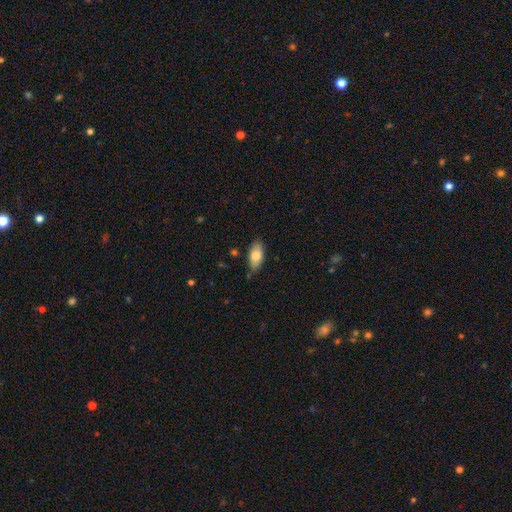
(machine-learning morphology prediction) This appears to be a smooth galaxy with no disk features (79%) that is in between round and cigar-shaped (90%). Merging: none (78%).